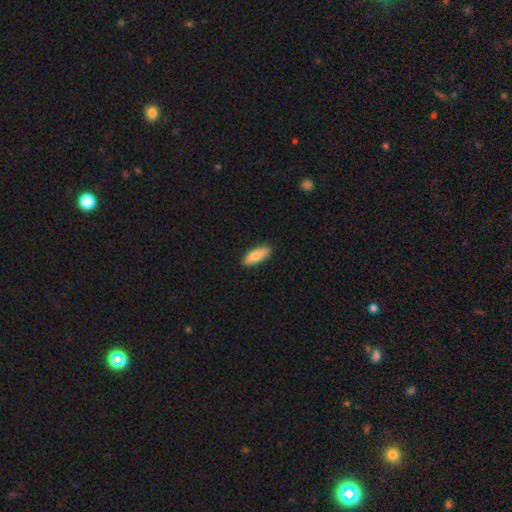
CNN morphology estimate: Overall: smooth (83%). How rounded: in between (69%). Merging: none (89%).